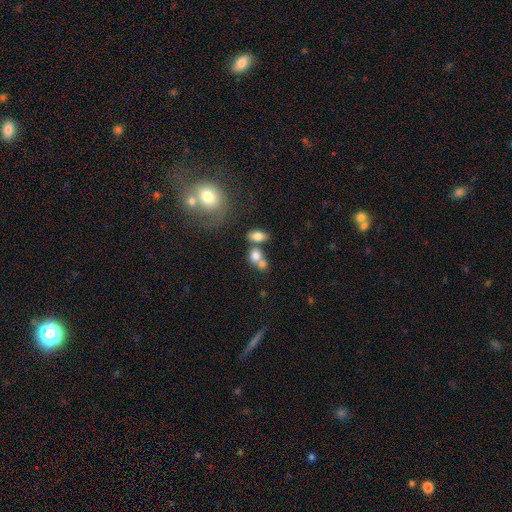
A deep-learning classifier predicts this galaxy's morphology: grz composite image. It shows a smooth galaxy with no disk features (75%) that is in between round and cigar-shaped (52%). Merging: merger (52%).